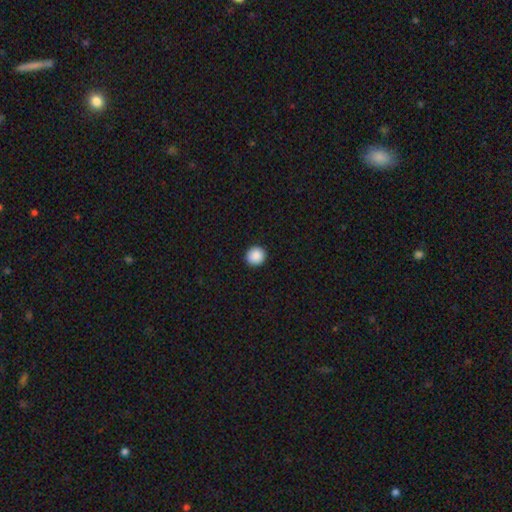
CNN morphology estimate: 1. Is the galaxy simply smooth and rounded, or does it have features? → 89% smooth, 8% star or artifact, 2% featured or disk.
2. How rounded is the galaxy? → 94% round, 5% in between, 1% cigar-shaped.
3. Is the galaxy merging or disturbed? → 93% none, 5% minor disturbance, 1% major disturbance, 1% merger.